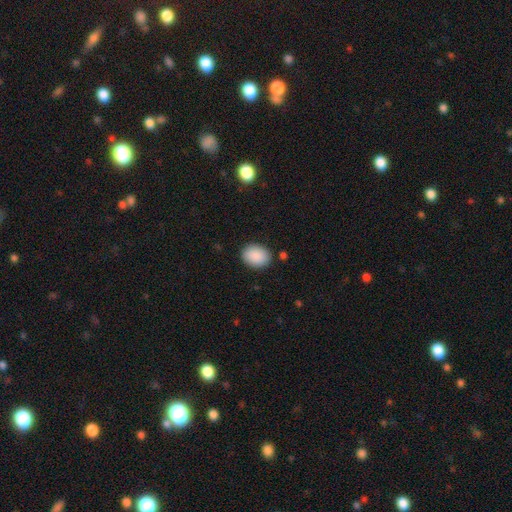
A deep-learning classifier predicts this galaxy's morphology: This is clearly a smooth galaxy (90%). How rounded: likely in between (61%). Merging: clearly none (86%).